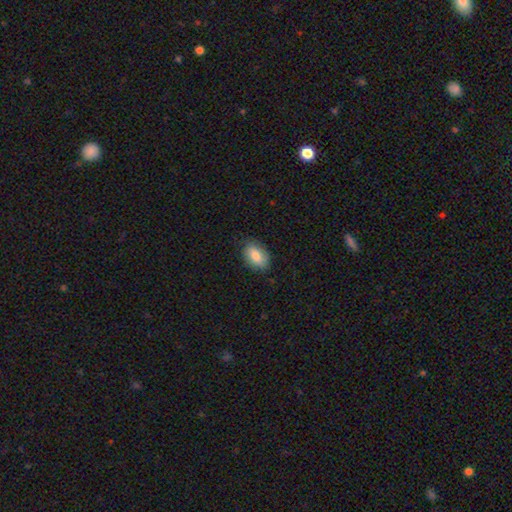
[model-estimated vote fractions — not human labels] The model was most divided on "merging": none: 82%, minor disturbance: 14%, major disturbance: 3%, merger: 1%. More confident: how rounded — in between (88%); smooth or featured — smooth (82%).